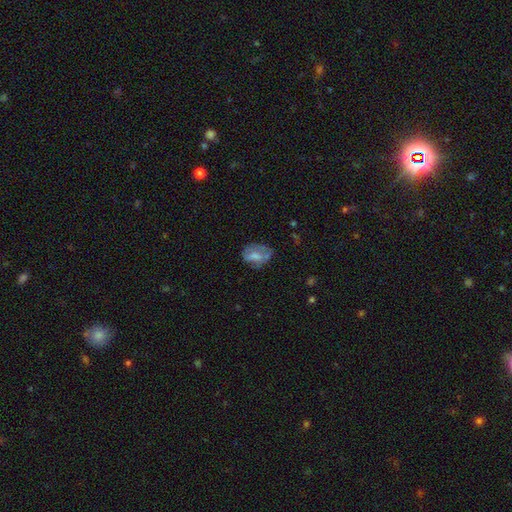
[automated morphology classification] Overall: smooth (51%; featured or disk 39%). How rounded: in between (70%). Merging: none (44%; minor disturbance 29%).